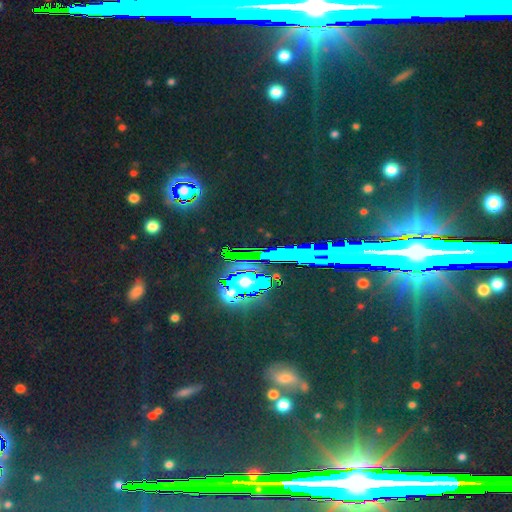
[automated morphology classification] Smooth or featured?
  - star or artifact: 72% *
  - smooth: 18%
  - featured or disk: 10%